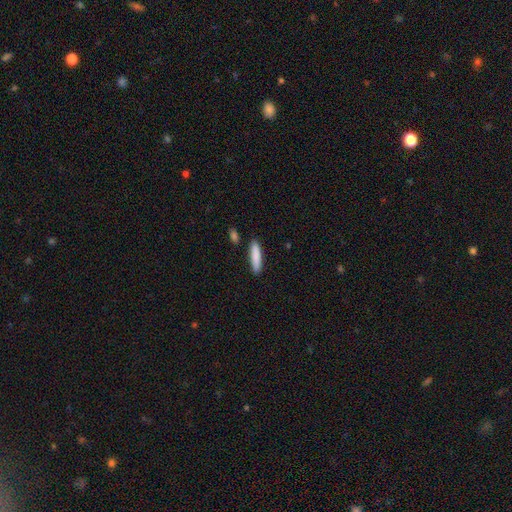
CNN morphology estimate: type=smooth (86%); roundness=cigar-shaped (83%); merging=none (87%).